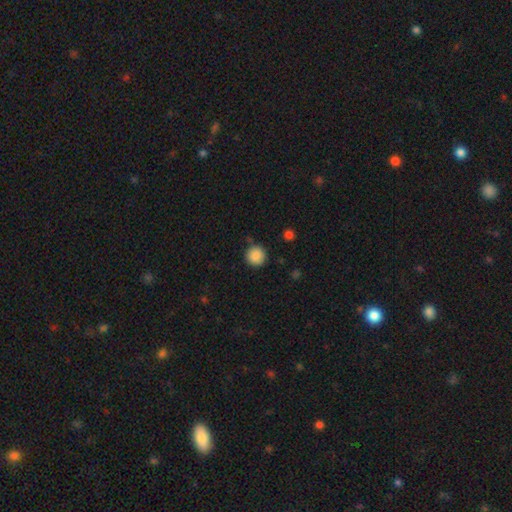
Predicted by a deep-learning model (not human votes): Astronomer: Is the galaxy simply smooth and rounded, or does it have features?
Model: smooth — 88%.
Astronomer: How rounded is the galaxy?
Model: round — 95%.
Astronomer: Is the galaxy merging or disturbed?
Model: none — 88%.